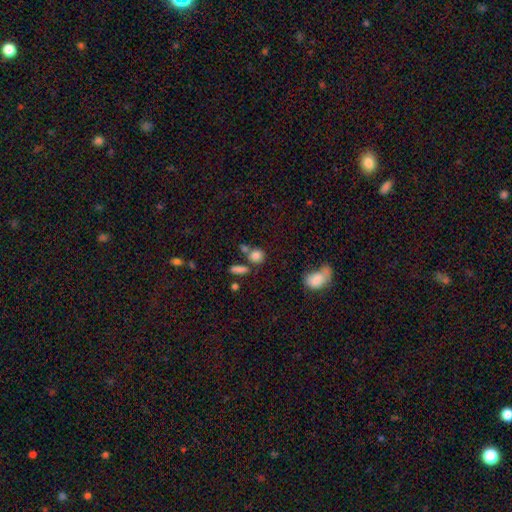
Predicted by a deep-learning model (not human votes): smooth_or_featured: smooth (p=0.83) [alt: star or artifact p=0.11]
how_rounded: round (p=0.76) [alt: in between p=0.21]
merging: none (p=0.60) [alt: merger p=0.24]